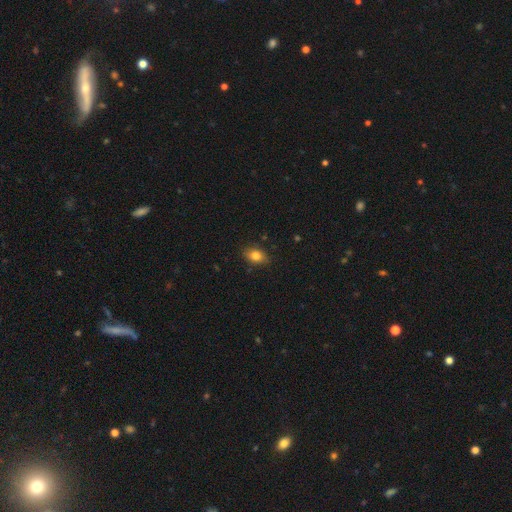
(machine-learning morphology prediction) Smooth or featured?
  - smooth: 81% *
  - star or artifact: 10%
  - featured or disk: 9%
How rounded?
  - in between: 74% *
  - round: 24%
  - cigar-shaped: 2%
Merging?
  - none: 82% *
  - minor disturbance: 14%
  - major disturbance: 2%
  - merger: 1%